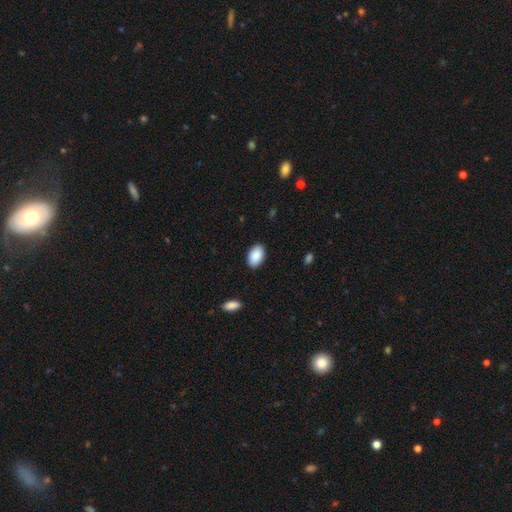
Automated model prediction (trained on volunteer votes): Overall: smooth (90%). How rounded: in between (93%). Merging: none (88%).